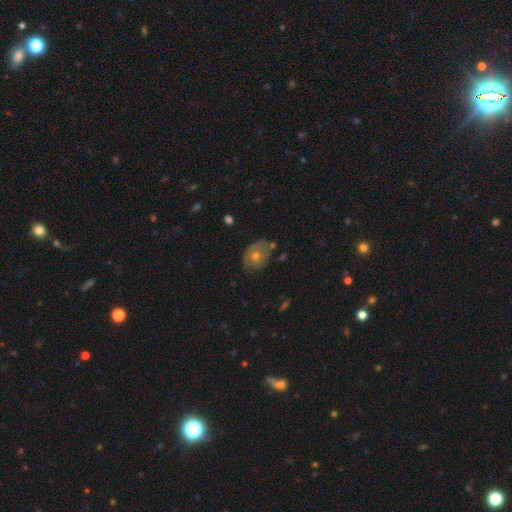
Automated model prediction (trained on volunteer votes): smooth_or_featured: smooth (p=0.46) [alt: featured or disk p=0.41]
merging: none (p=0.65) [alt: minor disturbance p=0.24]